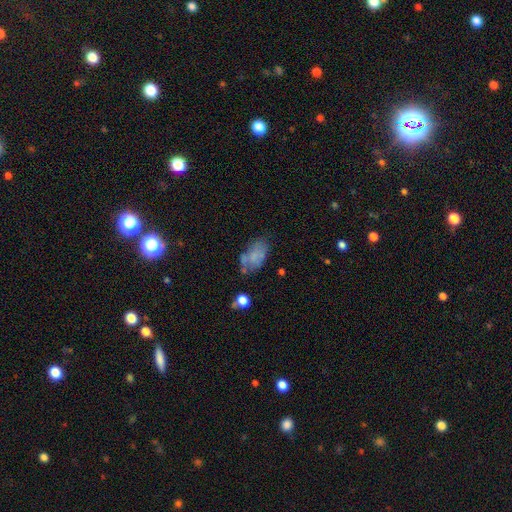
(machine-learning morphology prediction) Smooth or featured? smooth (61%)
How rounded? in between (92%)
Merging? none (47%)